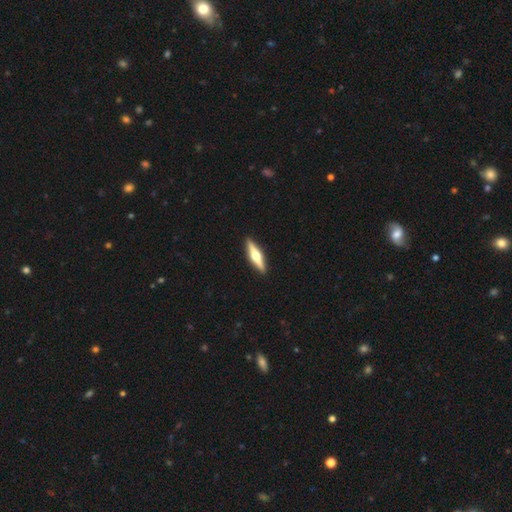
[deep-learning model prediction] Overall: featured or disk (68%). Edge-on disk: yes (97%). Edge-on bulge: rounded (94%). Merging: none (92%).